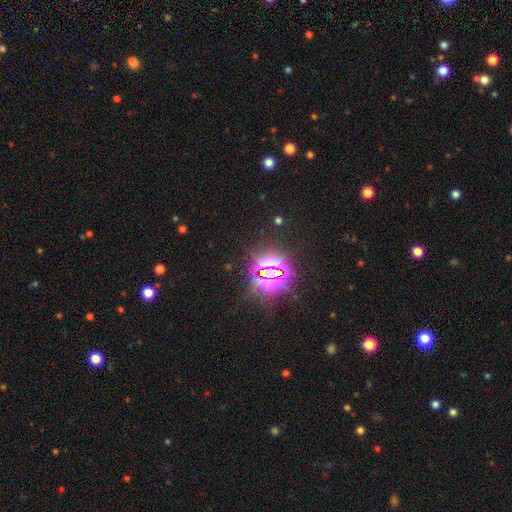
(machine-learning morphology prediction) A star or artifact, not a galaxy (81%).